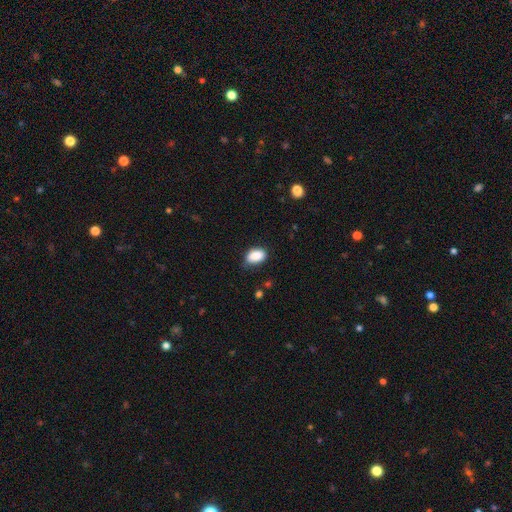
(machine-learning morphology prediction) smooth-or-featured: smooth: 88% | star or artifact: 8% | featured or disk: 5%
  how-rounded: in between: 89% | round: 10% | cigar-shaped: 2%
  merging: none: 74% | minor disturbance: 21% | major disturbance: 4% | merger: 2%